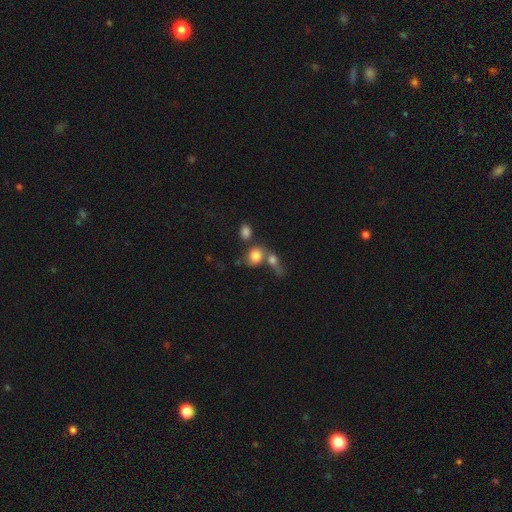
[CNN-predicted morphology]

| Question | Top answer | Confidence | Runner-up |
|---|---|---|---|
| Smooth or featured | smooth | 79% | featured or disk (11%) |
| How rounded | round | 58% | in between (41%) |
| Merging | merger | 49% | none (34%) |